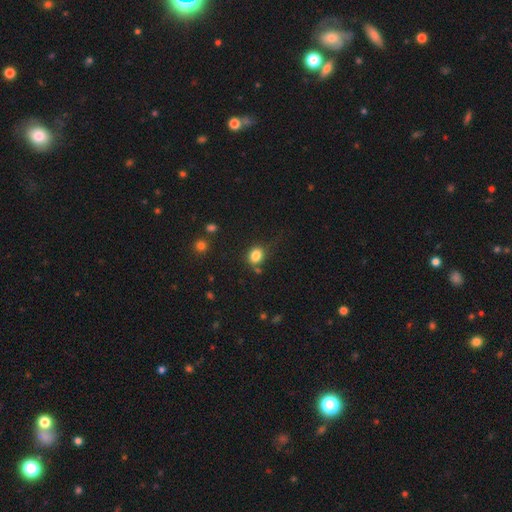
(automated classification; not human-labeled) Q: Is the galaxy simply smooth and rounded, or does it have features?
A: smooth — 83%.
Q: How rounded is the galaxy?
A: round — 64%.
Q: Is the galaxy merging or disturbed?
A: none — 69%.